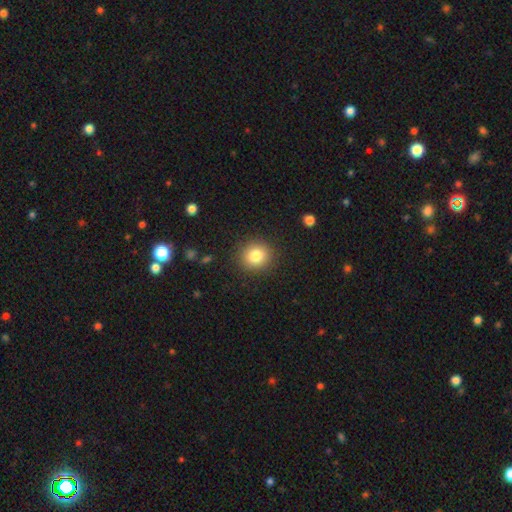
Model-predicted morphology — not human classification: type=smooth (82%); roundness=round (86%); merging=none (89%).